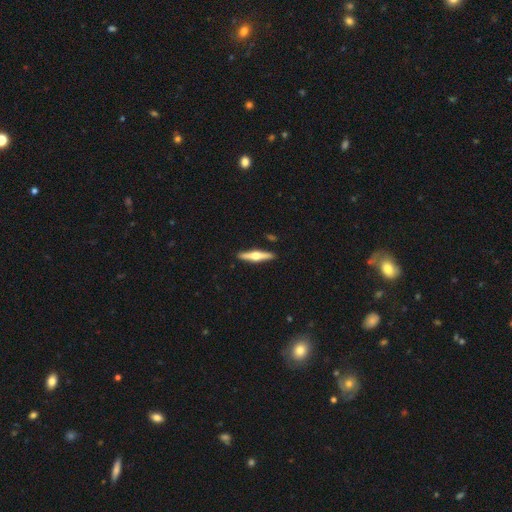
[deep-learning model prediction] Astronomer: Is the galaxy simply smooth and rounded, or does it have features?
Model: featured or disk — 68%.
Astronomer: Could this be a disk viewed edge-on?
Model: yes — 97%.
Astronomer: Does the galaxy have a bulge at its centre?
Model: rounded — 95%.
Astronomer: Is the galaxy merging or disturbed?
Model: none — 91%.